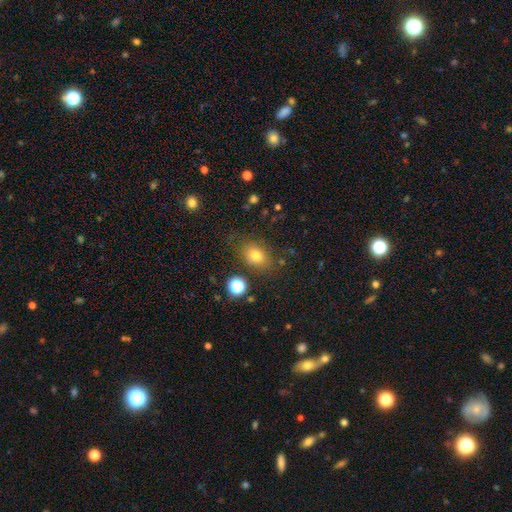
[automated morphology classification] Smooth or featured? Predicted: smooth (p=0.77). How rounded? Predicted: in between (p=0.64). Merging? Predicted: none (p=0.77).